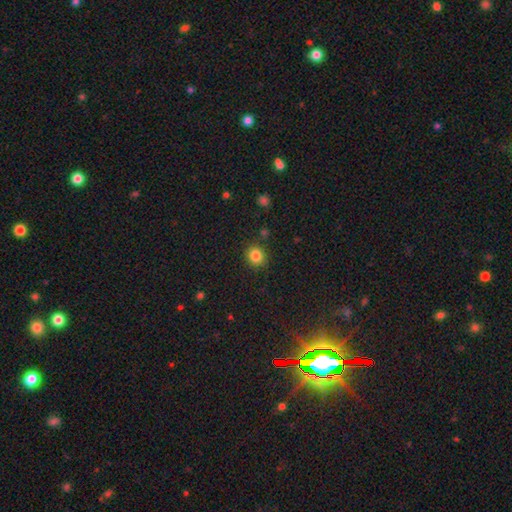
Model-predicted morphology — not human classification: smooth_or_featured: smooth (p=0.84) [alt: star or artifact p=0.11]
how_rounded: round (p=0.83) [alt: in between p=0.16]
merging: none (p=0.88) [alt: minor disturbance p=0.08]